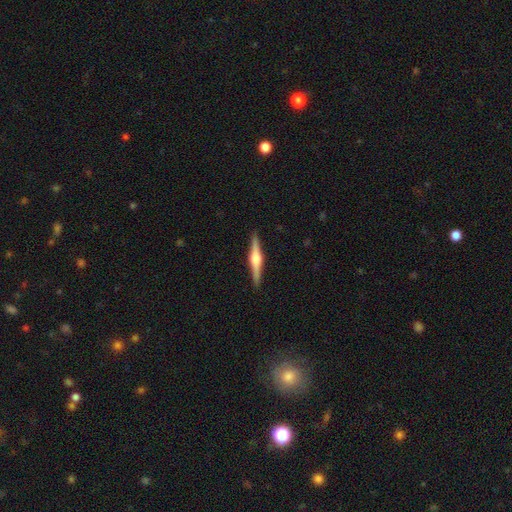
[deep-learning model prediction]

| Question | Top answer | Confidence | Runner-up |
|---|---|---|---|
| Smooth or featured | featured or disk | 80% | smooth (15%) |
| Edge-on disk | yes | 98% | no (2%) |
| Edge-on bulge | rounded | 87% | boxy (10%) |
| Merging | none | 92% | minor disturbance (6%) |